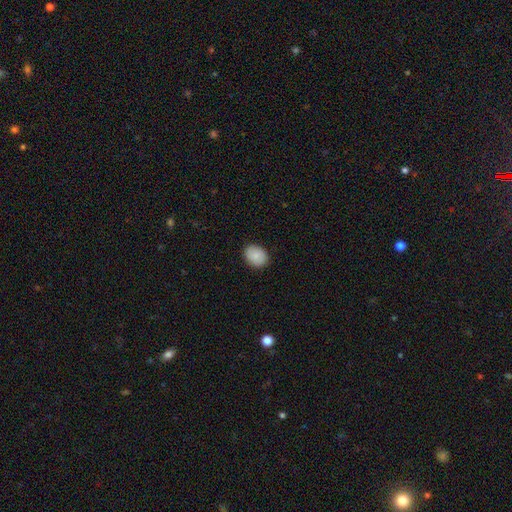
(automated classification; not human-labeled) Overall: smooth (86%). How rounded: in between (56%; round 44%). Merging: none (88%).